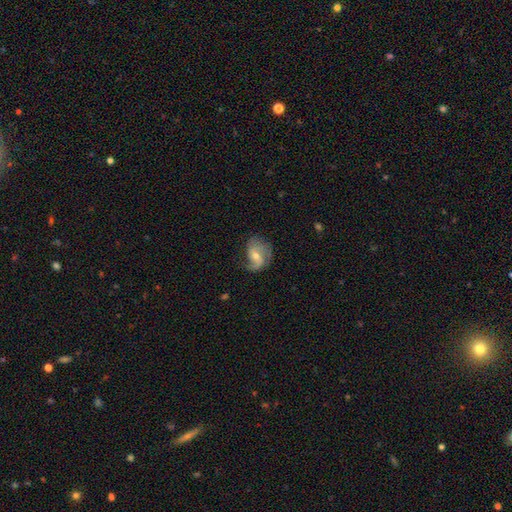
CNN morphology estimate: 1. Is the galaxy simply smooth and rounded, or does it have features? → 75% featured or disk, 19% smooth, 6% star or artifact.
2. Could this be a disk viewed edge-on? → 97% no, 3% yes.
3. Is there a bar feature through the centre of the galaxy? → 45% no, 42% weak, 13% strong.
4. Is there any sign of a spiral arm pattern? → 92% yes, 8% no.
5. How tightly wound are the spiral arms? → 44% loose, 41% medium, 15% tight.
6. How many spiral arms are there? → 59% 2, 19% 1, 10% can't tell, 8% 3, 2% 4, 2% more than 4.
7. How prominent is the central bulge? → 50% moderate, 44% small, 2% large, 2% none, 1% dominant.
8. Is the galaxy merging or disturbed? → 53% none, 26% minor disturbance, 20% major disturbance, 2% merger.